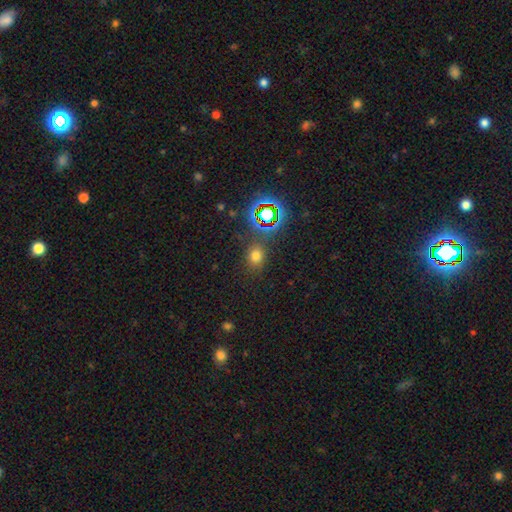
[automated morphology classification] A smooth galaxy with no disk features (64%) that is round (60%). Merging: none (81%).